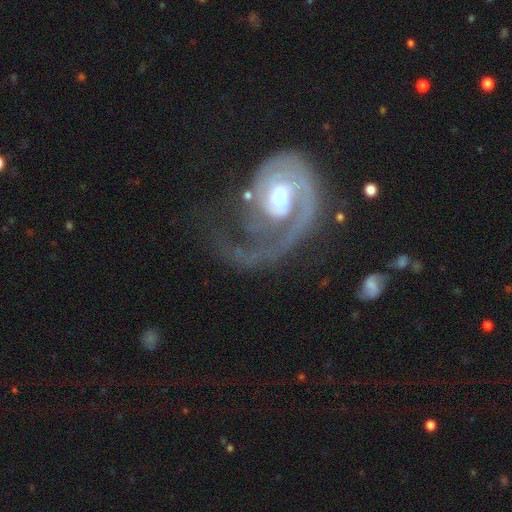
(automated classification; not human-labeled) featured or disk 85%, smooth 9%, star or artifact 5%. Down the decision tree: edge-on disk — no (97%); bar — no (60%); spiral arms — yes (91%); spiral arm count — 1 (76%); spiral winding — medium (38%); bulge size — moderate (69%); merging — major disturbance (46%).